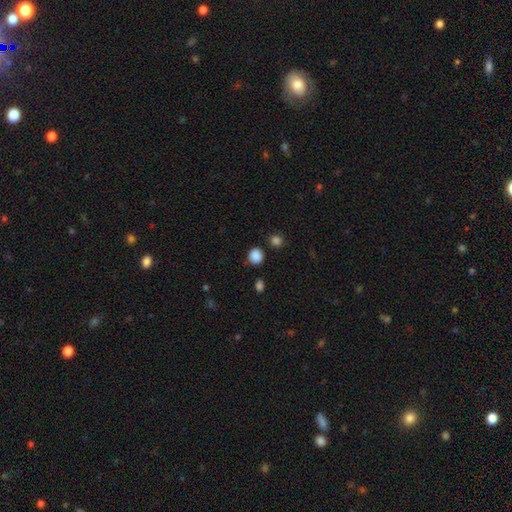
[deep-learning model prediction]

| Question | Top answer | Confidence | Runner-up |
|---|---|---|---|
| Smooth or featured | smooth | 86% | star or artifact (11%) |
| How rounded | round | 85% | in between (14%) |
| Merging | none | 84% | minor disturbance (9%) |